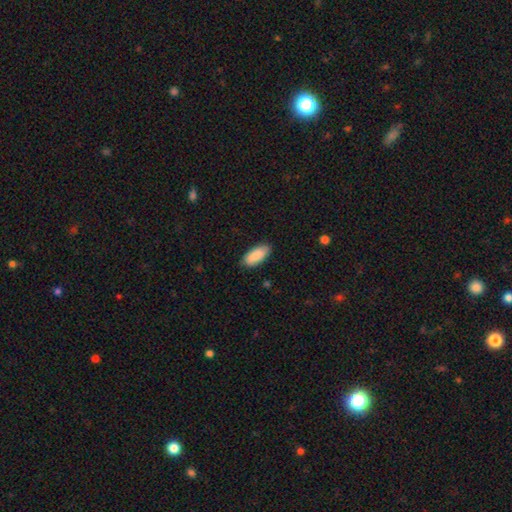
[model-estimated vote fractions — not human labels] Morphology: type=smooth (88%); roundness=in between (87%); merging=none (84%).